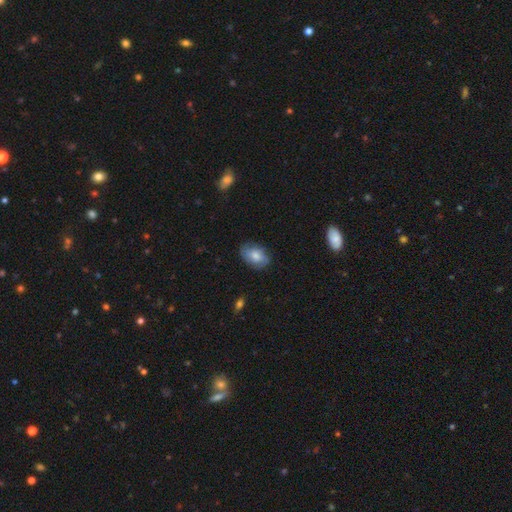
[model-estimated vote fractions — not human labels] smooth 70%, featured or disk 22%, star or artifact 7%. Down the decision tree: how rounded — in between (84%); merging — none (76%).